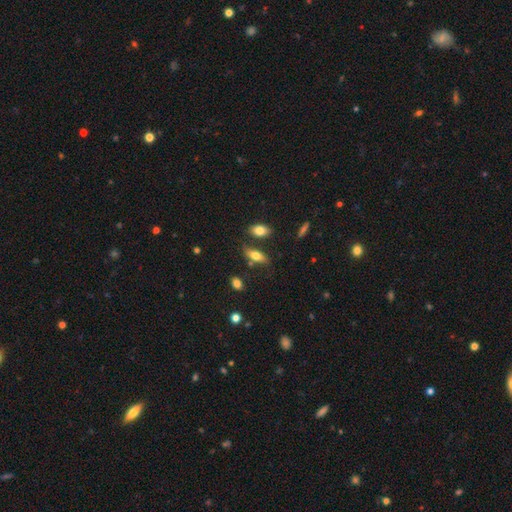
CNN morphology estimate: This appears to be a smooth galaxy with no disk features (69%) that is in between round and cigar-shaped (73%). Merging: none (69%).